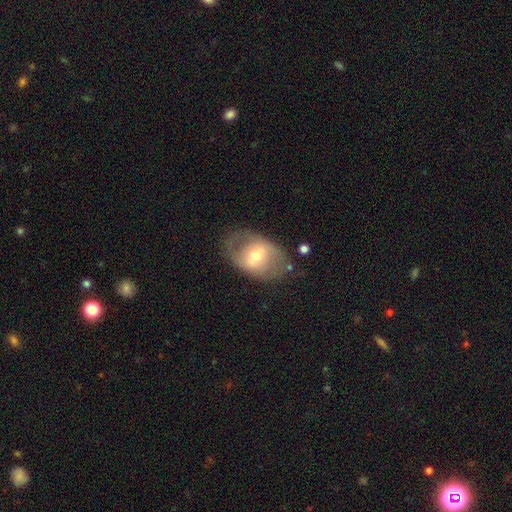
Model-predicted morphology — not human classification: A featured or disk galaxy (54%). Merging: none (70%).